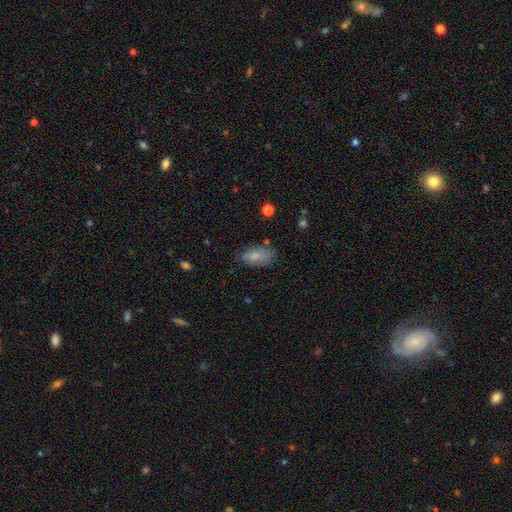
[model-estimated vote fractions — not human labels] Q: Smooth or featured?
A: smooth (81%); runner-up: featured or disk (11%)
Q: How rounded?
A: in between (92%); runner-up: cigar-shaped (4%)
Q: Merging?
A: none (68%); runner-up: minor disturbance (23%)